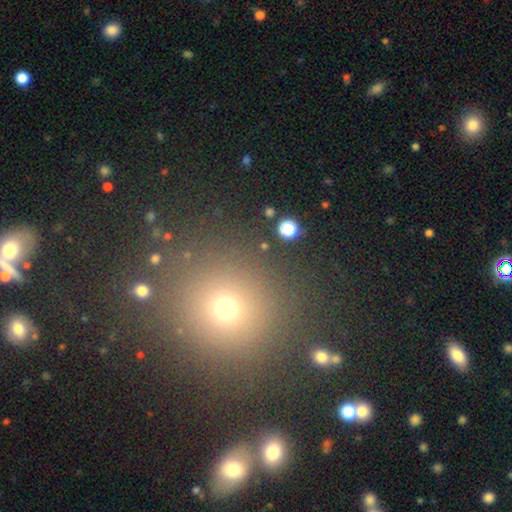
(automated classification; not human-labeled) Overall: smooth (55%; star or artifact 37%). How rounded: round (91%). Merging: none (86%).